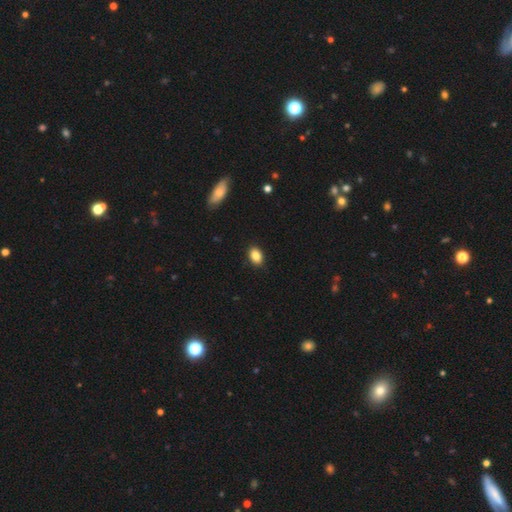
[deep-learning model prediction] smooth_or_featured: smooth (p=0.87) [alt: star or artifact p=0.08]
how_rounded: in between (p=0.81) [alt: round p=0.17]
merging: none (p=0.89) [alt: minor disturbance p=0.08]